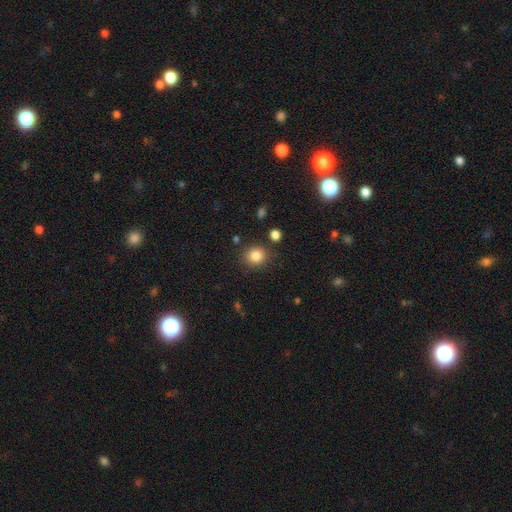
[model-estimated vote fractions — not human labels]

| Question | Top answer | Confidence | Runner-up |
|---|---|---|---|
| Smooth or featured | smooth | 84% | star or artifact (11%) |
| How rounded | round | 80% | in between (20%) |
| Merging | none | 84% | minor disturbance (9%) |